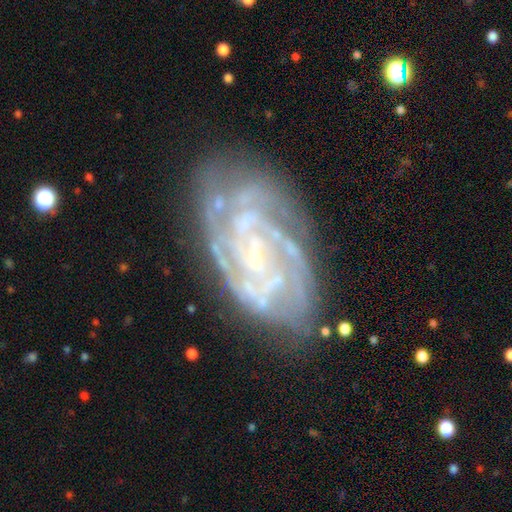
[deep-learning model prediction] Smooth or featured?
  - featured or disk: 89% *
  - star or artifact: 6%
  - smooth: 5%
Edge-on disk?
  - no: 97% *
  - yes: 3%
Bar?
  - no: 50% *
  - weak: 34%
  - strong: 15%
Spiral arms?
  - yes: 97% *
  - no: 3%
Spiral winding?
  - tight: 69% *
  - medium: 27%
  - loose: 4%
Spiral arm count?
  - 2: 29% *
  - 3: 24%
  - can't tell: 20%
  - 4: 13%
  - more than 4: 7%
  - 1: 6%
Bulge size?
  - small: 81% *
  - moderate: 11%
  - none: 6%
  - large: 1%
  - dominant: 1%
Merging?
  - none: 73% *
  - minor disturbance: 18%
  - major disturbance: 6%
  - merger: 2%